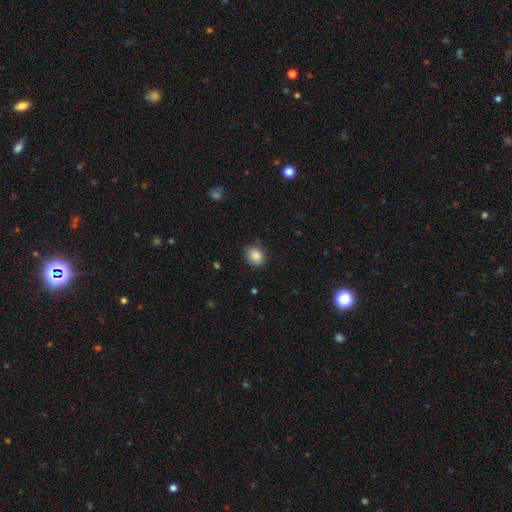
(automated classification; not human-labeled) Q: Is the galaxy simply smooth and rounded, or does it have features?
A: smooth — 86%.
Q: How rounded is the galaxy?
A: round — 59%.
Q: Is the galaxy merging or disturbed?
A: none — 81%.